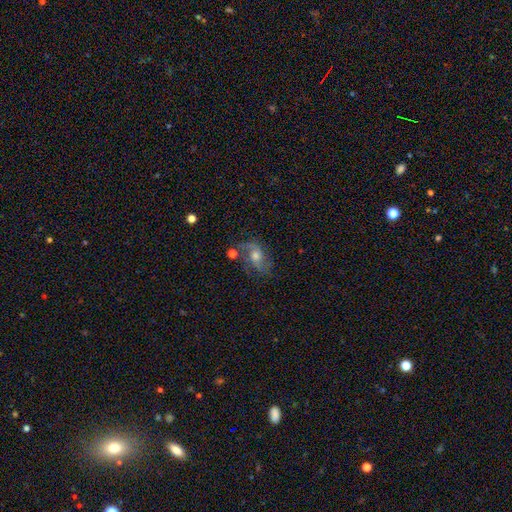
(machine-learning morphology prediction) Q: Smooth or featured?
A: featured or disk (73%); runner-up: smooth (16%)
Q: Edge-on disk?
A: no (96%); runner-up: yes (4%)
Q: Bar?
A: no (61%); runner-up: weak (32%)
Q: Spiral arms?
A: yes (92%); runner-up: no (8%)
Q: Spiral winding?
A: loose (47%); runner-up: medium (40%)
Q: Spiral arm count?
A: 2 (66%); runner-up: 3 (11%)
Q: Bulge size?
A: moderate (63%); runner-up: small (24%)
Q: Merging?
A: none (62%); runner-up: minor disturbance (19%)